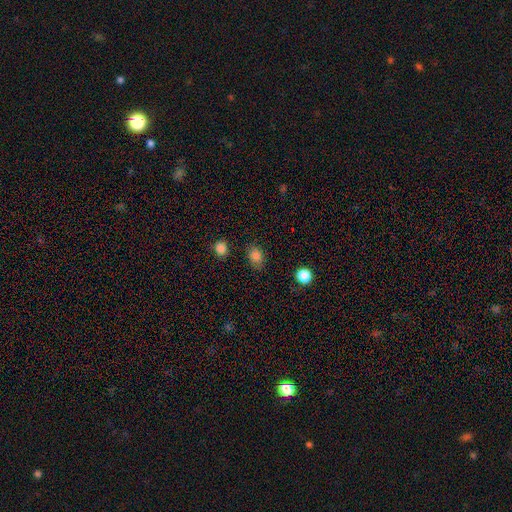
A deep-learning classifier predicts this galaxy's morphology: Q: Smooth or featured?
A: smooth (84%); runner-up: star or artifact (11%)
Q: How rounded?
A: in between (62%); runner-up: round (37%)
Q: Merging?
A: none (80%); runner-up: minor disturbance (14%)